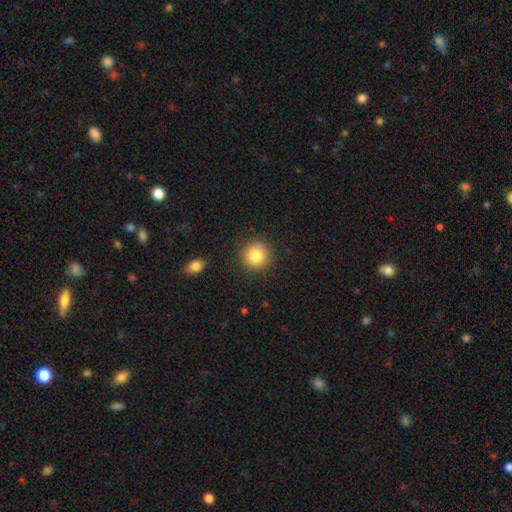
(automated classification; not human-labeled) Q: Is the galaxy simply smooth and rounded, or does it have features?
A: smooth — 84%.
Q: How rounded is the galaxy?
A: round — 93%.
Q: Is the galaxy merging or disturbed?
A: none — 88%.